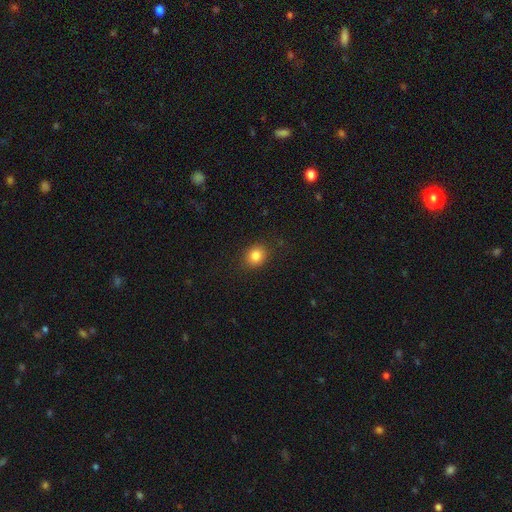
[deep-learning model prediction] smooth-or-featured: smooth: 84% | star or artifact: 10% | featured or disk: 6%
  how-rounded: round: 63% | in between: 36% | cigar-shaped: 1%
  merging: none: 86% | minor disturbance: 10% | major disturbance: 3% | merger: 1%